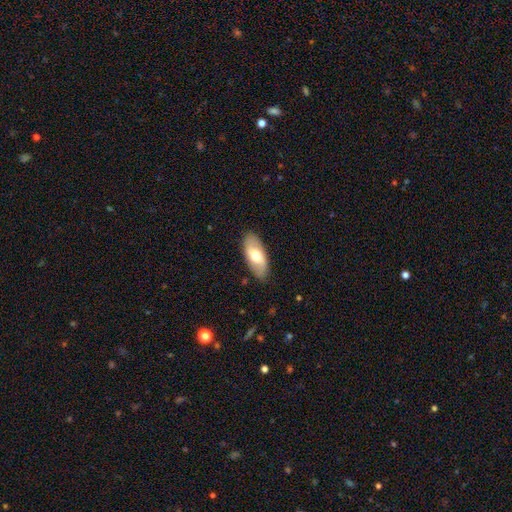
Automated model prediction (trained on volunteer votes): This is likely a smooth galaxy (61%). How rounded: clearly in between (88%). Merging: clearly none (86%).